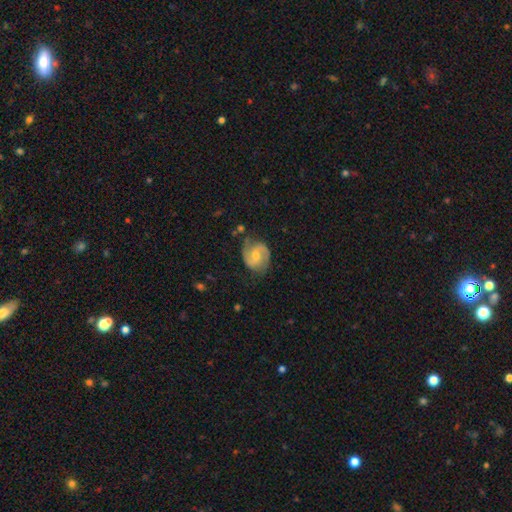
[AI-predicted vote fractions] smooth-or-featured: featured or disk: 84% | smooth: 11% | star or artifact: 5%
  disk-edge-on: no: 98% | yes: 2%
    bar: weak: 47% | no: 40% | strong: 12%
    has-spiral-arms: yes: 97% | no: 3%
      spiral-winding: medium: 55% | tight: 28% | loose: 17%
      spiral-arm-count: 2: 91% | can't tell: 4% | 3: 2% | 1: 2% | 4: 1% | more than 4: 1%
    bulge-size: moderate: 56% | small: 37% | none: 3% | large: 3% | dominant: 1%
  merging: none: 76% | minor disturbance: 17% | major disturbance: 5% | merger: 2%